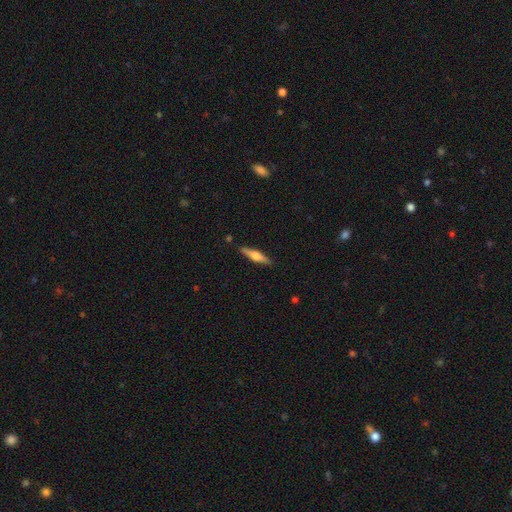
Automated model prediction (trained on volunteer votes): Smooth or featured? Predicted: featured or disk (p=0.55). Edge-on disk? Predicted: yes (p=0.96). Edge-on bulge? Predicted: rounded (p=0.88). Merging? Predicted: none (p=0.88).